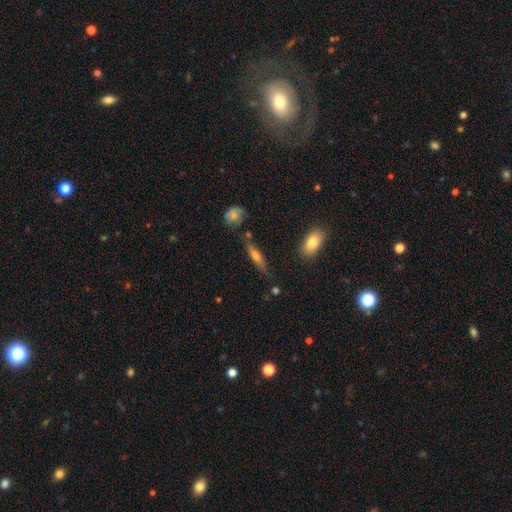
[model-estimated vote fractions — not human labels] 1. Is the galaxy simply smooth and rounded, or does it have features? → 49% smooth, 43% featured or disk, 8% star or artifact.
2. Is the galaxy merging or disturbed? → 74% none, 17% minor disturbance, 6% merger, 4% major disturbance.